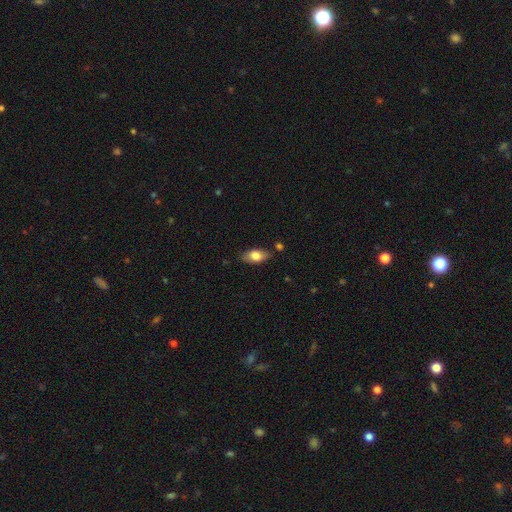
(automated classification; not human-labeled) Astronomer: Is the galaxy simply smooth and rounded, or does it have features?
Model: smooth — 77%.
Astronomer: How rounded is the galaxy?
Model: in between — 89%.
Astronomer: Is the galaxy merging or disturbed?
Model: none — 79%.